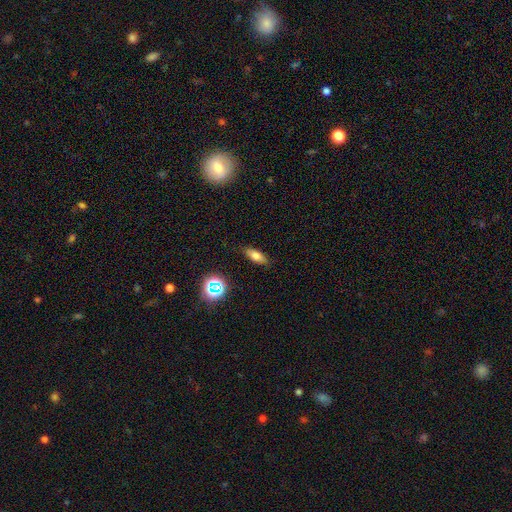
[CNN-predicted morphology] Smooth or featured: smooth — 71% (featured or disk — 17%)
How rounded: in between — 71% (cigar-shaped — 24%)
Merging: none — 86% (minor disturbance — 10%)